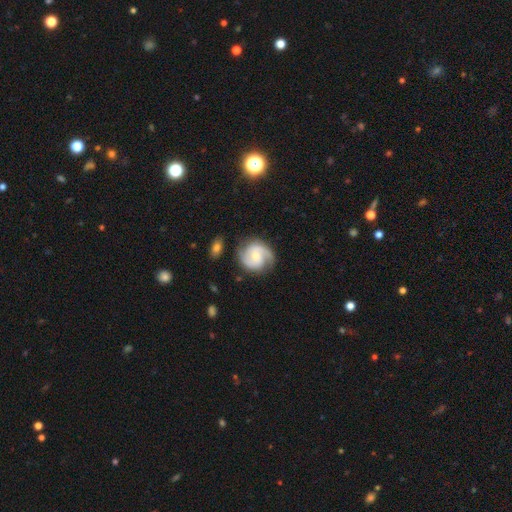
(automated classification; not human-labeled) featured or disk 82%, smooth 13%, star or artifact 5%. Down the decision tree: edge-on disk — no (98%); bar — no (54%); spiral arms — yes (96%); spiral arm count — 2 (85%); spiral winding — medium (48%); bulge size — small (48%); merging — none (78%).